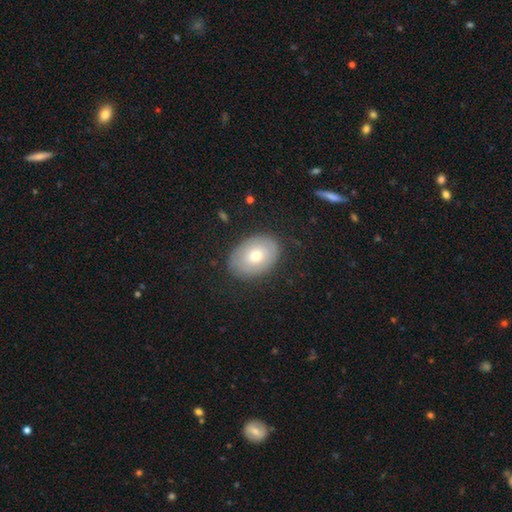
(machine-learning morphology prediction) type=smooth (63%); roundness=in between (81%); merging=none (83%).